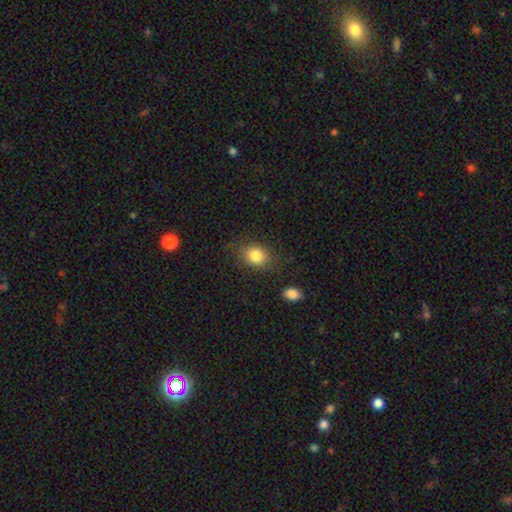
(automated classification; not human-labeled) Morphology: type=smooth (83%); roundness=round (53%); merging=none (78%).